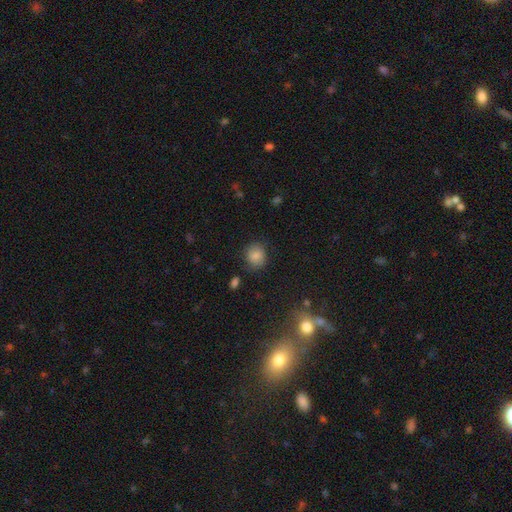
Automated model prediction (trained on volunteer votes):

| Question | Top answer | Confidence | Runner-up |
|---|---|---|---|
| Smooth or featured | smooth | 82% | star or artifact (10%) |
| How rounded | round | 74% | in between (25%) |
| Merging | none | 77% | minor disturbance (16%) |